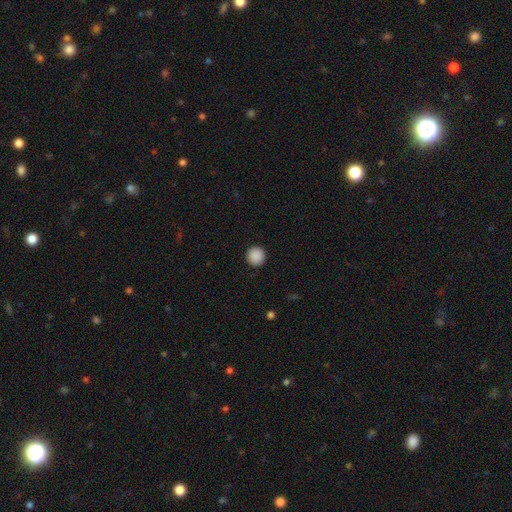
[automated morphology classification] type=smooth (90%); roundness=round (95%); merging=none (93%).